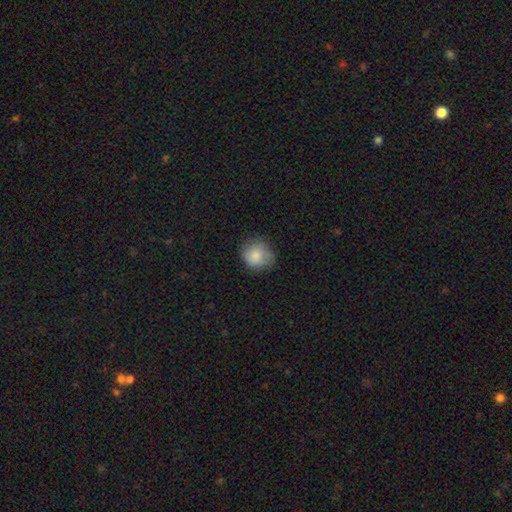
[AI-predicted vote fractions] Smooth or featured? Predicted: smooth (p=0.84). How rounded? Predicted: round (p=0.81). Merging? Predicted: none (p=0.66).